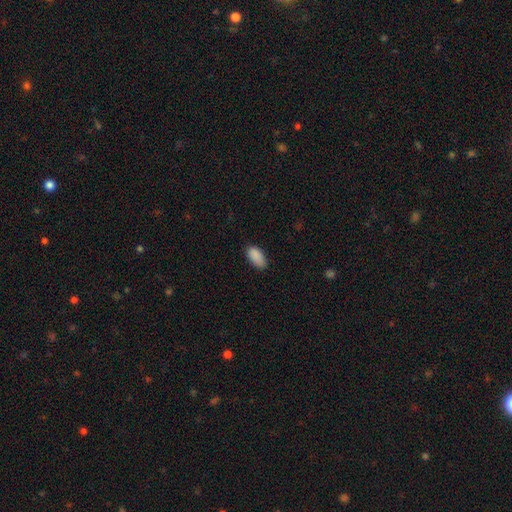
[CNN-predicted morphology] smooth 89%, star or artifact 8%, featured or disk 3%. Down the decision tree: how rounded — in between (93%); merging — none (79%).